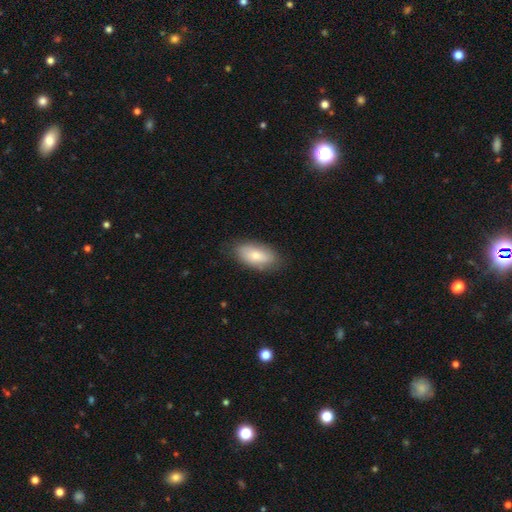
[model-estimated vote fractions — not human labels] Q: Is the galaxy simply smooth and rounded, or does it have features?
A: smooth — 77%.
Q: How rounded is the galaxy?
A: in between — 92%.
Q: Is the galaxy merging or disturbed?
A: none — 81%.